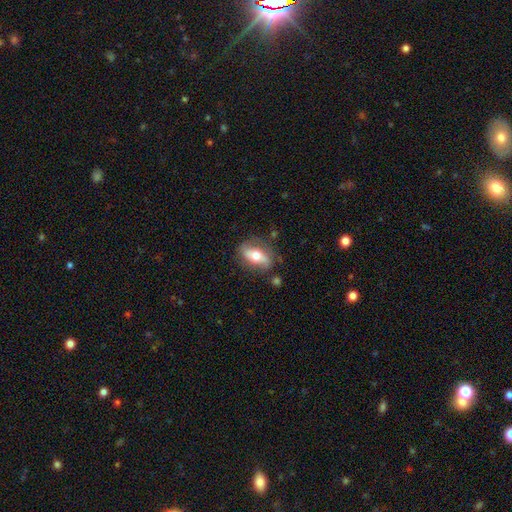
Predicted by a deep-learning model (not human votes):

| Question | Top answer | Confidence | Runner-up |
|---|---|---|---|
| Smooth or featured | smooth | 49% | featured or disk (44%) |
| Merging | none | 71% | minor disturbance (19%) |